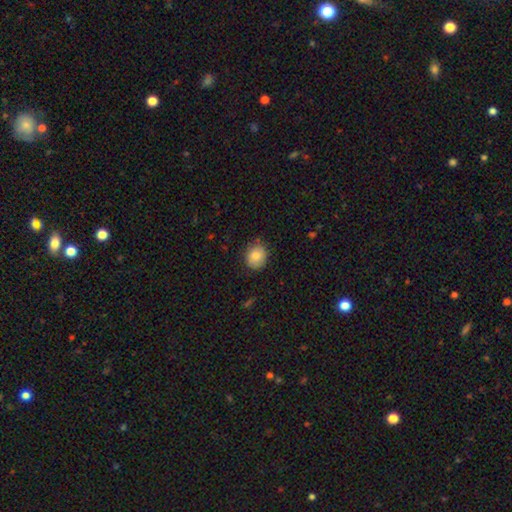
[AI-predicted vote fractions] Smooth or featured: smooth — 83% (star or artifact — 8%)
How rounded: round — 74% (in between — 25%)
Merging: none — 81% (minor disturbance — 15%)